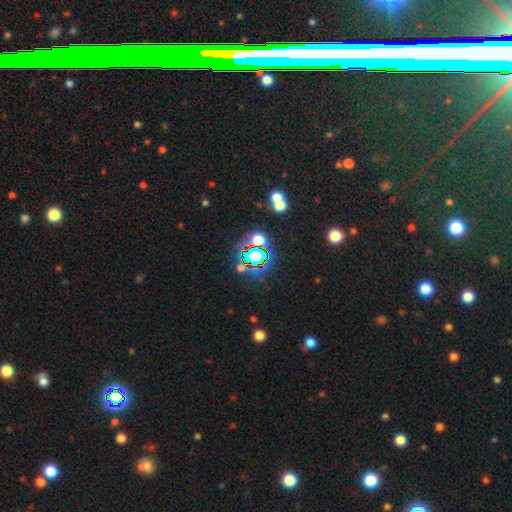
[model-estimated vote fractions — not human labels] This appears to be a star or artifact, not a galaxy (65%).